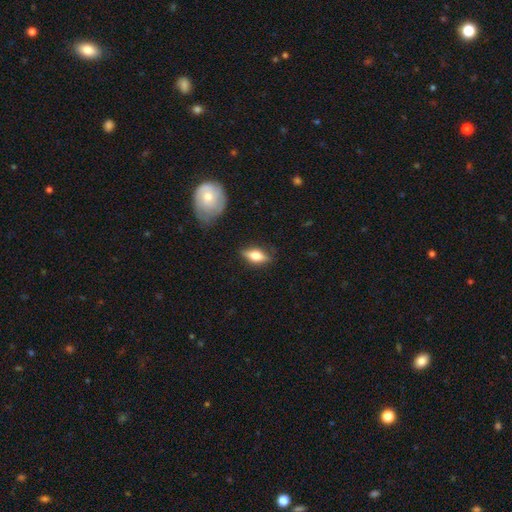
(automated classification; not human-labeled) Q: Smooth or featured?
A: smooth (49%); runner-up: featured or disk (44%)
Q: Merging?
A: none (82%); runner-up: minor disturbance (13%)